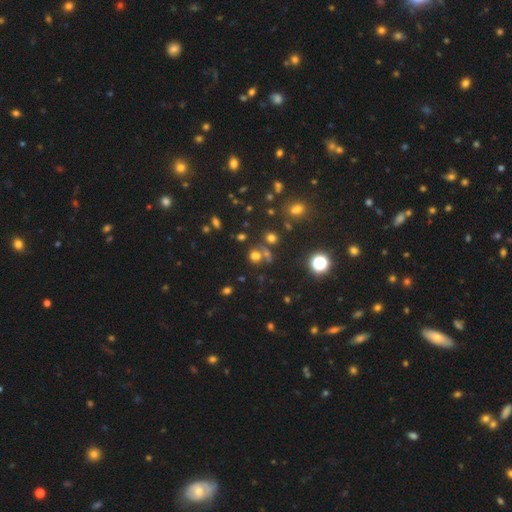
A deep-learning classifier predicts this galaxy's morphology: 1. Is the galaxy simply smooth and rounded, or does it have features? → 54% smooth, 35% star or artifact, 11% featured or disk.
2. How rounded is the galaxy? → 75% round, 24% in between, 2% cigar-shaped.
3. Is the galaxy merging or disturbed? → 56% none, 27% merger, 11% minor disturbance, 7% major disturbance.